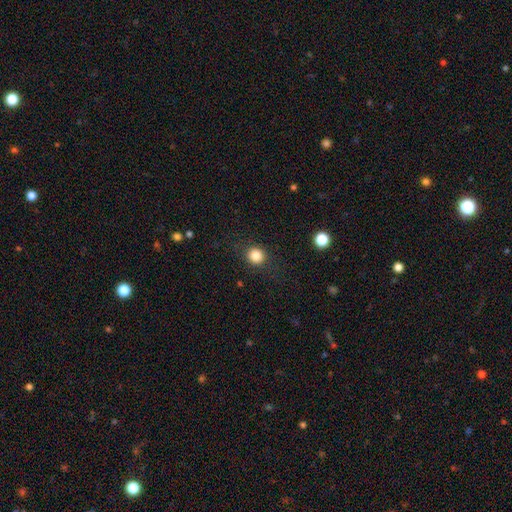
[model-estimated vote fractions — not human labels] Morphology: type=smooth (83%); roundness=round (86%); merging=none (86%).